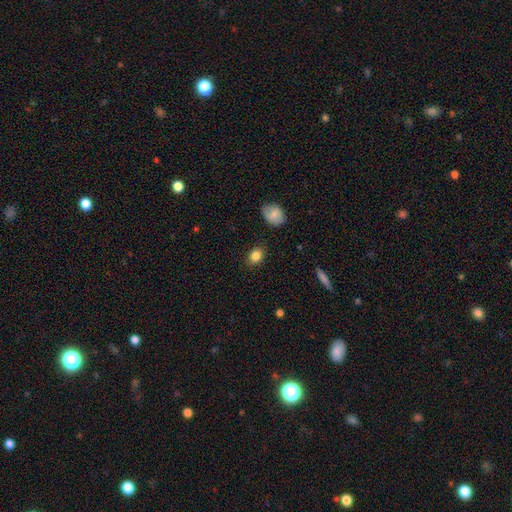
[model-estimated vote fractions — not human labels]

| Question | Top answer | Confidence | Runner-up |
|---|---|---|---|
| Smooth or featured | smooth | 85% | star or artifact (9%) |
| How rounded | in between | 56% | round (43%) |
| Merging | none | 84% | minor disturbance (12%) |